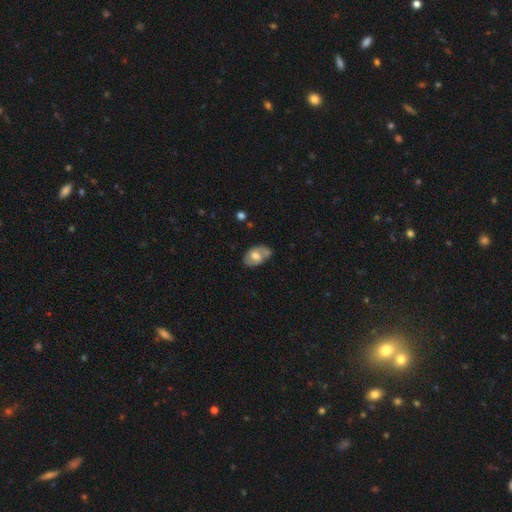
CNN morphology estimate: The model was most divided on "smooth or featured": smooth: 52%, featured or disk: 41%, star or artifact: 7%. More confident: how rounded — in between (84%); merging — none (50%).